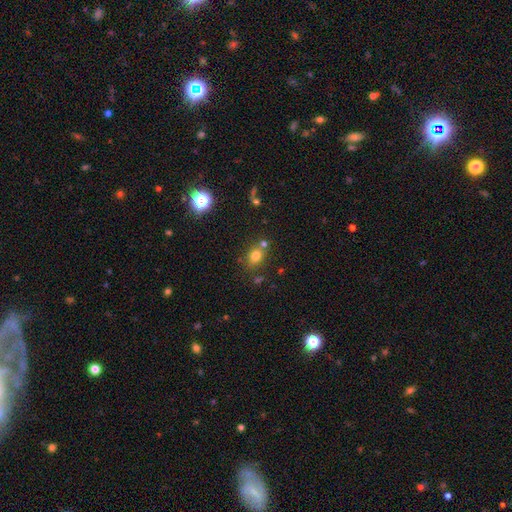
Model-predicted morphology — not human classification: type=smooth (75%); roundness=round (54%); merging=none (65%).